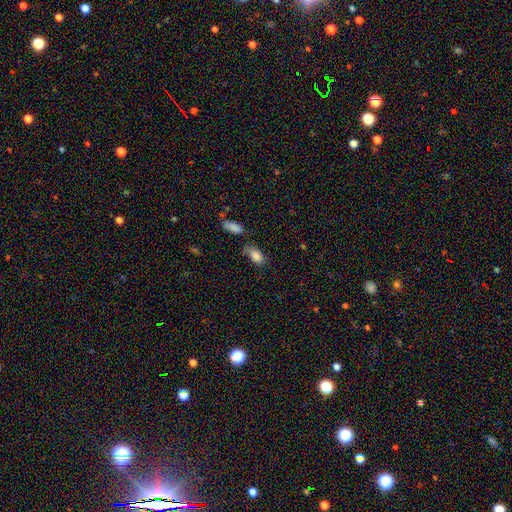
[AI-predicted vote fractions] Smooth or featured? Predicted: smooth (p=0.85). How rounded? Predicted: in between (p=0.92). Merging? Predicted: none (p=0.56).